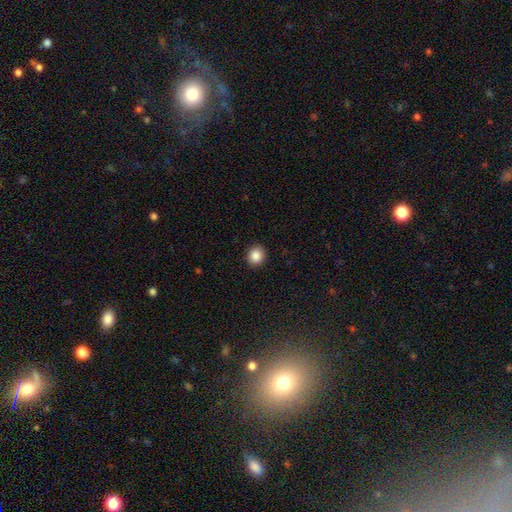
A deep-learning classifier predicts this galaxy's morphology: The model was most divided on "how rounded": round: 82%, in between: 17%, cigar-shaped: 1%. More confident: merging — none (92%); smooth or featured — smooth (87%).